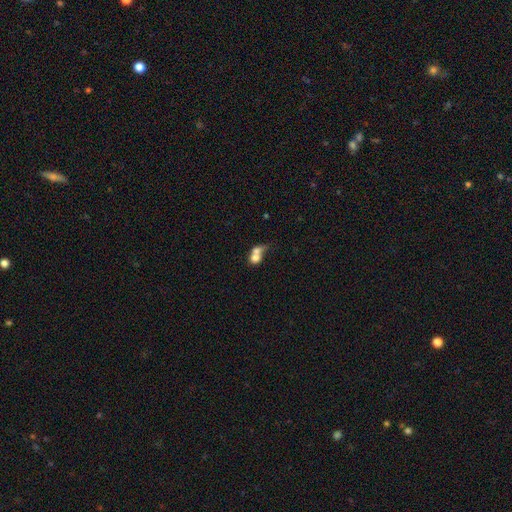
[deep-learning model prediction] This appears to be a smooth galaxy with no disk features (67%) that is round (59%). Merging: merger (70%).